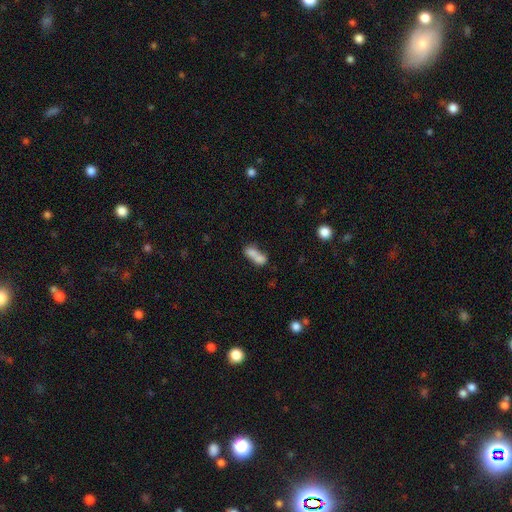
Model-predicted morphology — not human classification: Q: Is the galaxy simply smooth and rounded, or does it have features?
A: smooth — 73%.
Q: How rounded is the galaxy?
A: in between — 69%.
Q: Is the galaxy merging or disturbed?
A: merger — 64%.